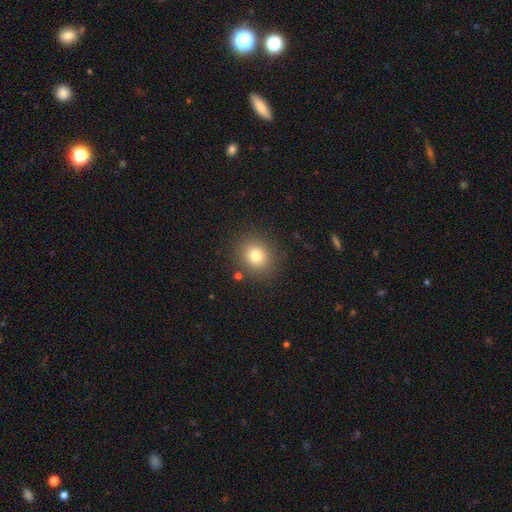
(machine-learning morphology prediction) The model was most divided on "how rounded": round: 77%, in between: 22%, cigar-shaped: 1%. More confident: merging — none (86%); smooth or featured — smooth (79%).